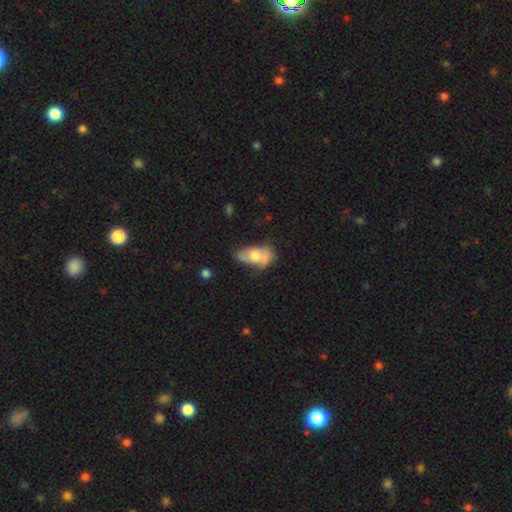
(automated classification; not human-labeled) Smooth or featured? Predicted: smooth (p=0.50). Merging? Predicted: none (p=0.37).